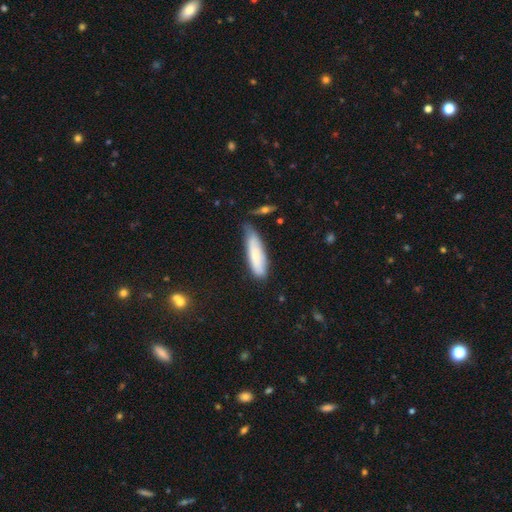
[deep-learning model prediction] A smooth galaxy with no disk features (73%) that is cigar-shaped (60%).

Vote fractions:
- Smooth or featured? smooth: 73% / featured or disk: 20% / star or artifact: 6%
- How rounded? cigar-shaped: 60% / in between: 38% / round: 2%
- Merging? none: 57% / minor disturbance: 32% / major disturbance: 7% / merger: 4%